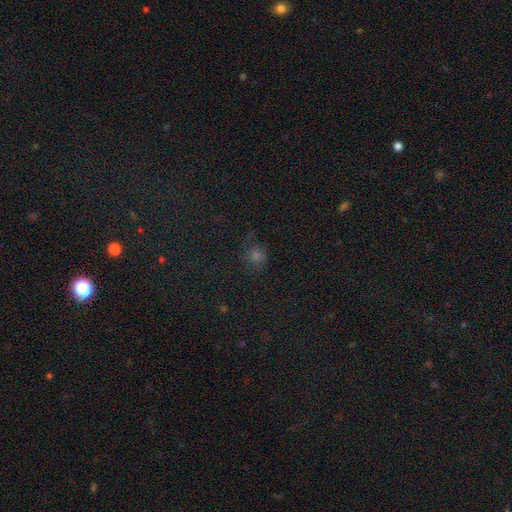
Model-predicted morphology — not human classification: The model was most divided on "smooth or featured": smooth: 59%, star or artifact: 32%, featured or disk: 8%. More confident: how rounded — round (83%); merging — none (76%).